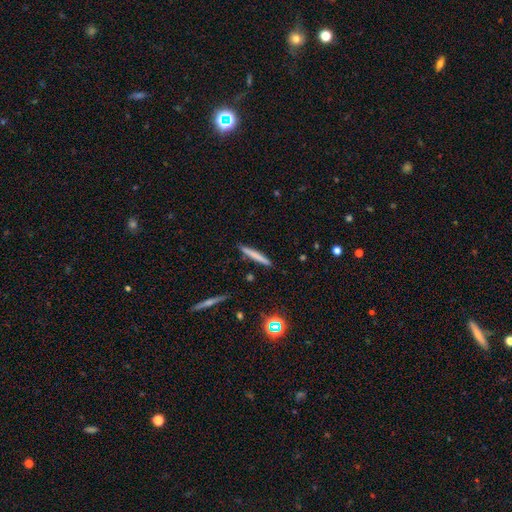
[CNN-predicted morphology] Overall: smooth (68%). How rounded: cigar-shaped (95%). Merging: none (89%).